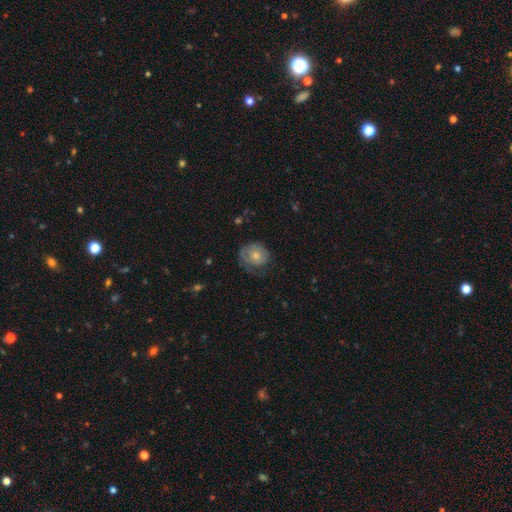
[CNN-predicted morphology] A smooth galaxy with no disk features (54%) that is round (75%).

Vote fractions:
- Smooth or featured? smooth: 54% / featured or disk: 39% / star or artifact: 7%
- How rounded? round: 75% / in between: 24% / cigar-shaped: 1%
- Merging? none: 52% / minor disturbance: 27% / major disturbance: 19% / merger: 1%